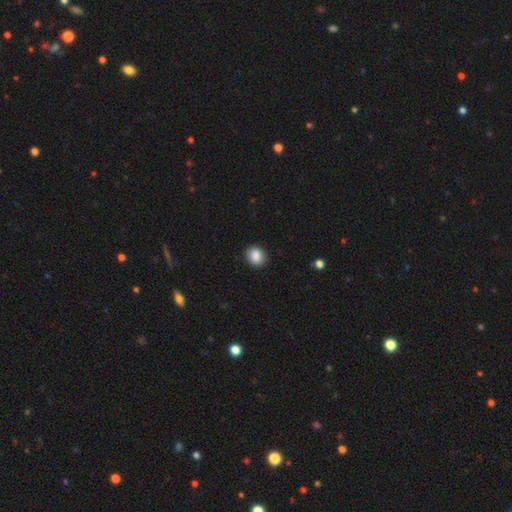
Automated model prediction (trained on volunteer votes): smooth-or-featured: smooth: 87% | star or artifact: 9% | featured or disk: 4%
  how-rounded: round: 58% | in between: 41% | cigar-shaped: 1%
  merging: none: 88% | minor disturbance: 9% | major disturbance: 2% | merger: 1%